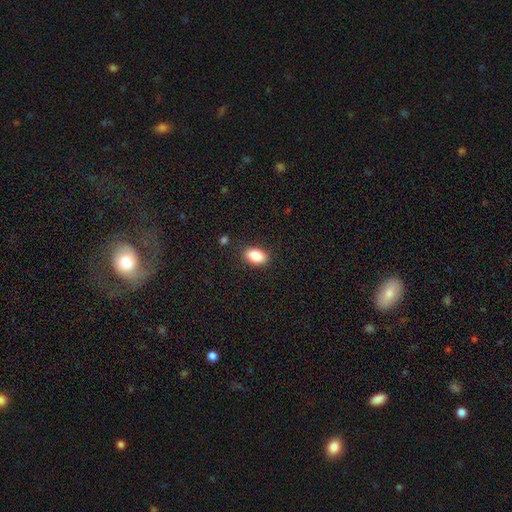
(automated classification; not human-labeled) A smooth galaxy with no disk features (86%) that is in between round and cigar-shaped (90%). Merging: none (87%).